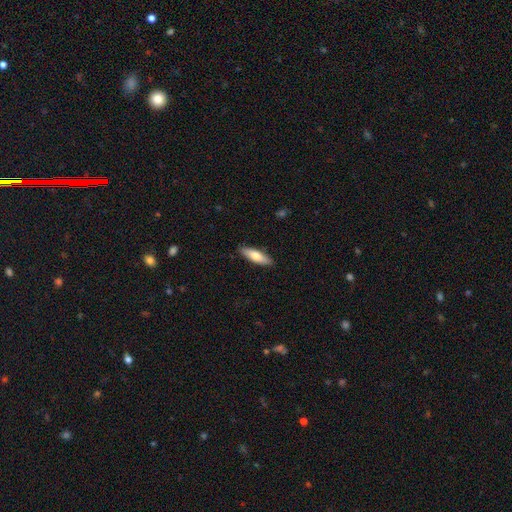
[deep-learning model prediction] smooth_or_featured: smooth (p=0.70) [alt: featured or disk p=0.24]
how_rounded: cigar-shaped (p=0.54) [alt: in between p=0.44]
merging: none (p=0.89) [alt: minor disturbance p=0.09]